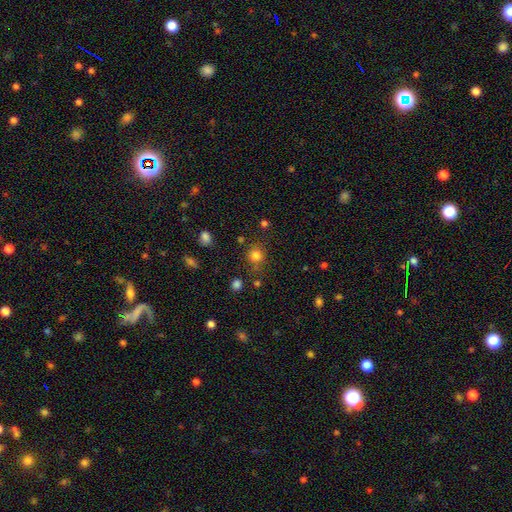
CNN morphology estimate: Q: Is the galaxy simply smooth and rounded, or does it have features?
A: smooth — 79%.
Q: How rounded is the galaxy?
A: round — 87%.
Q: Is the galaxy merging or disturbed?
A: none — 77%.